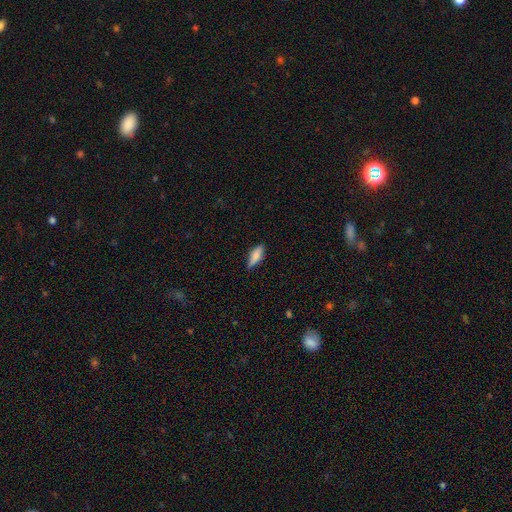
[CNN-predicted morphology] type=smooth (78%); roundness=in between (49%, tied with cigar-shaped); merging=none (75%).